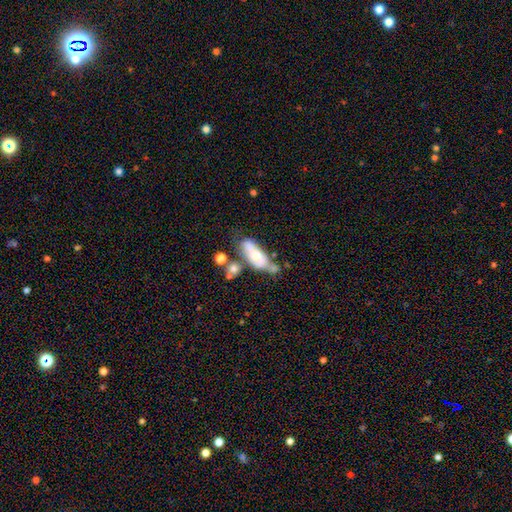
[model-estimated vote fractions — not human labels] A smooth galaxy with no disk features (48%).

Vote fractions:
- Smooth or featured? smooth: 48% / featured or disk: 45% / star or artifact: 7%
- Merging? merger: 32% / none: 31% / minor disturbance: 22% / major disturbance: 15%